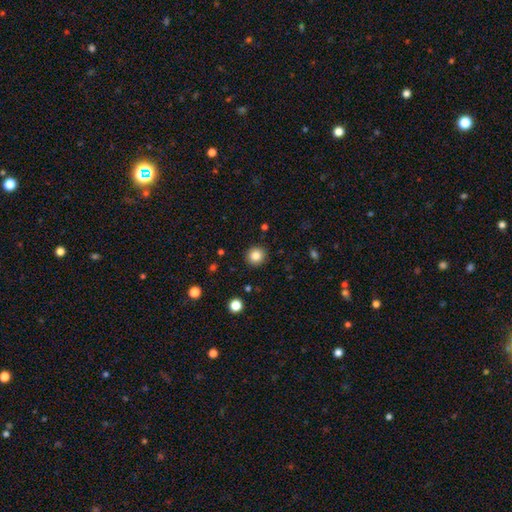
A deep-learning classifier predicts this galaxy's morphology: Q: Smooth or featured?
A: smooth (84%); runner-up: star or artifact (11%)
Q: How rounded?
A: round (93%); runner-up: in between (6%)
Q: Merging?
A: none (91%); runner-up: minor disturbance (6%)